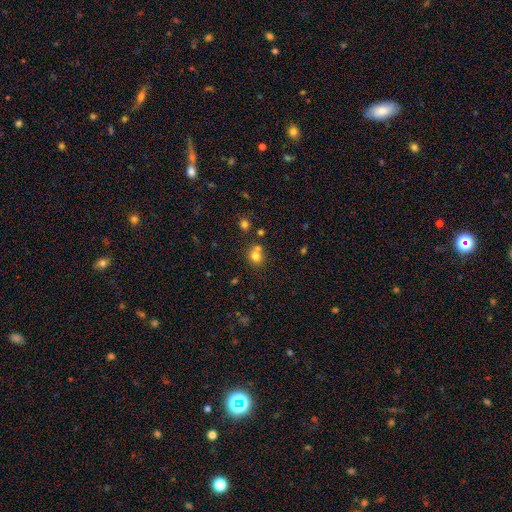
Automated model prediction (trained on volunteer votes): Smooth or featured? smooth (75%)
How rounded? round (79%)
Merging? none (56%)